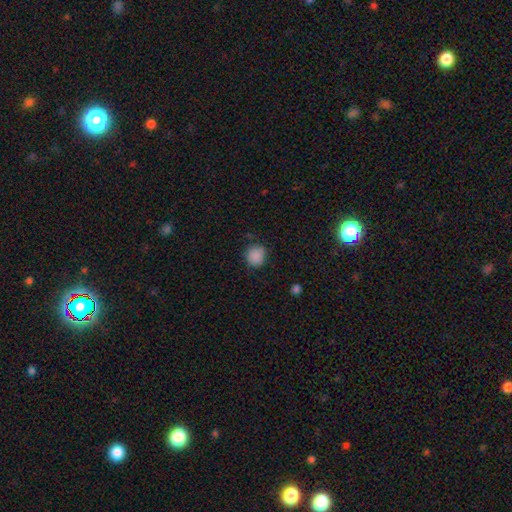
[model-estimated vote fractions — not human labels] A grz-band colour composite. It shows a smooth galaxy with no disk features (86%) that is round (86%). Merging: none (79%).